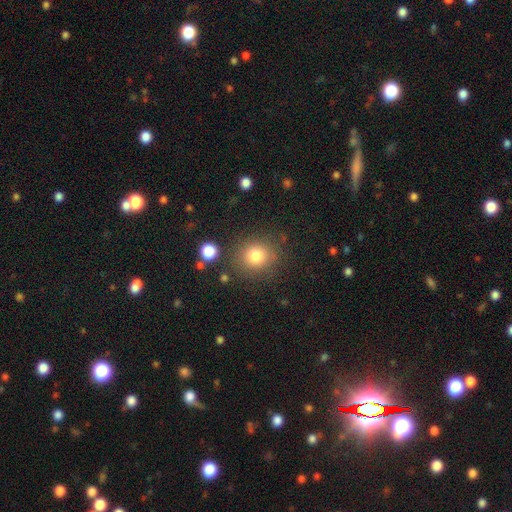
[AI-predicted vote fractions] Morphology: type=smooth (80%); roundness=round (82%); merging=none (81%).